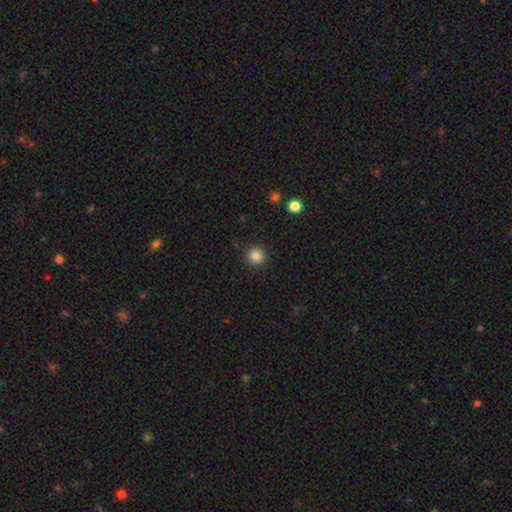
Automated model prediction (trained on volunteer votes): Overall: smooth (85%). How rounded: round (95%). Merging: none (92%).